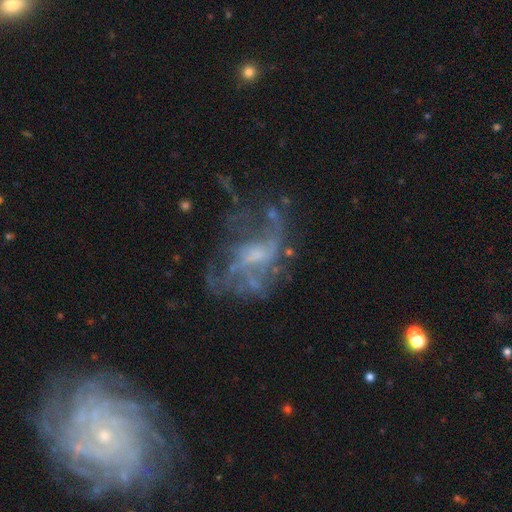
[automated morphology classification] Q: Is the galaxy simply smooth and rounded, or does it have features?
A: featured or disk — 76%.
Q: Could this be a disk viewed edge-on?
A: no — 97%.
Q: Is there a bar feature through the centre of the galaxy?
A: no — 56%.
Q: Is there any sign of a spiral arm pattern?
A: yes — 64%.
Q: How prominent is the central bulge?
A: small — 42%.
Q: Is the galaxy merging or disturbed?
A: none — 42%.